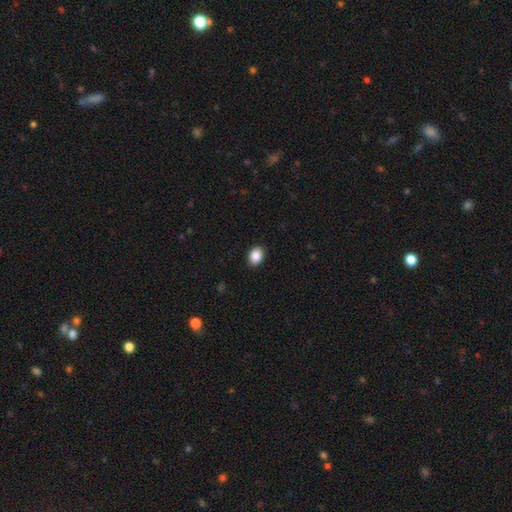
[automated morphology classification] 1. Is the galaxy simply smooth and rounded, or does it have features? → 88% smooth, 8% star or artifact, 4% featured or disk.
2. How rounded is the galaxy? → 68% in between, 31% round, 1% cigar-shaped.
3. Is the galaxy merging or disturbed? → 90% none, 7% minor disturbance, 2% major disturbance, 1% merger.